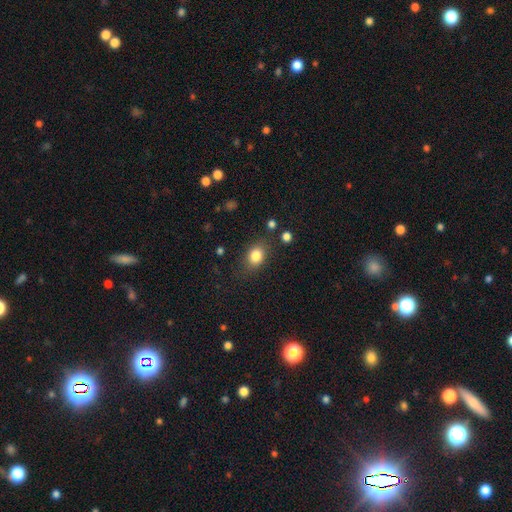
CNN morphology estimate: A smooth galaxy with no disk features (83%) that is in between round and cigar-shaped (60%).

Vote fractions:
- Smooth or featured? smooth: 83% / star or artifact: 10% / featured or disk: 8%
- How rounded? in between: 60% / round: 38% / cigar-shaped: 1%
- Merging? none: 78% / minor disturbance: 15% / major disturbance: 5% / merger: 3%